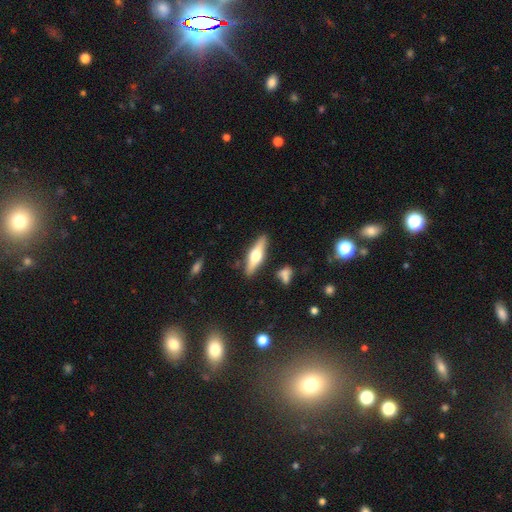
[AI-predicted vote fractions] Q: Smooth or featured?
A: featured or disk (57%); runner-up: smooth (37%)
Q: Edge-on disk?
A: yes (93%); runner-up: no (7%)
Q: Edge-on bulge?
A: rounded (95%); runner-up: boxy (3%)
Q: Merging?
A: none (87%); runner-up: minor disturbance (9%)